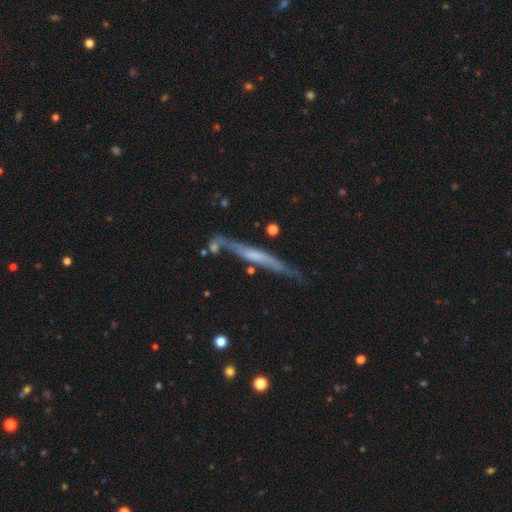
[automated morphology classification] Q: Smooth or featured?
A: featured or disk (63%); runner-up: smooth (29%)
Q: Edge-on disk?
A: yes (91%); runner-up: no (9%)
Q: Edge-on bulge?
A: none (64%); runner-up: rounded (22%)
Q: Merging?
A: none (66%); runner-up: minor disturbance (20%)